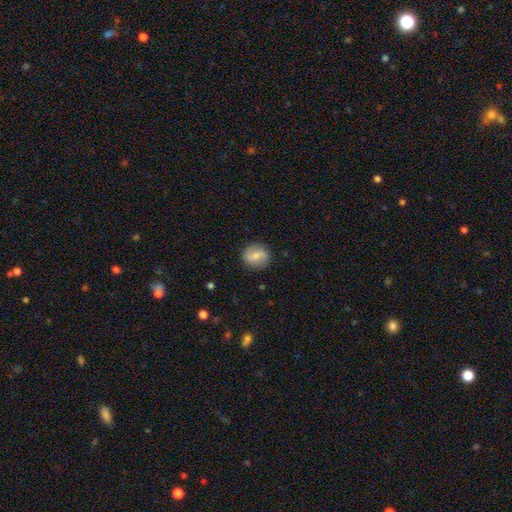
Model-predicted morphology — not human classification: Q: Smooth or featured?
A: smooth (59%); runner-up: featured or disk (34%)
Q: How rounded?
A: round (82%); runner-up: in between (17%)
Q: Merging?
A: none (87%); runner-up: minor disturbance (10%)